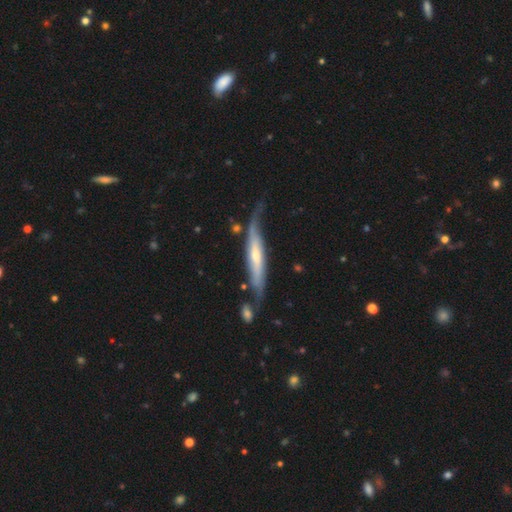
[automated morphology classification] Smooth or featured? Predicted: featured or disk (p=0.74). Edge-on disk? Predicted: yes (p=0.86). Edge-on bulge? Predicted: rounded (p=0.72). Merging? Predicted: none (p=0.63).